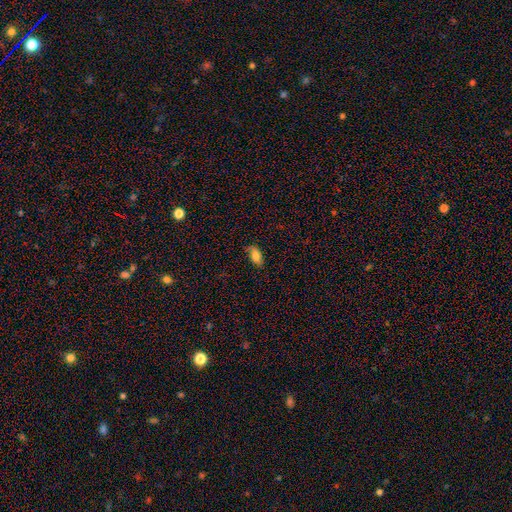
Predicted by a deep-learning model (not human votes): Overall: smooth (81%). How rounded: in between (91%). Merging: none (73%).